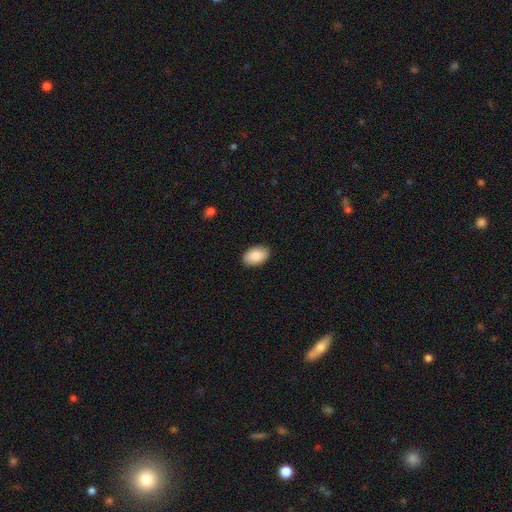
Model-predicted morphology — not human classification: smooth-or-featured: smooth: 88% | star or artifact: 6% | featured or disk: 5%
  how-rounded: in between: 91% | round: 8% | cigar-shaped: 1%
  merging: none: 89% | minor disturbance: 8% | major disturbance: 2% | merger: 1%